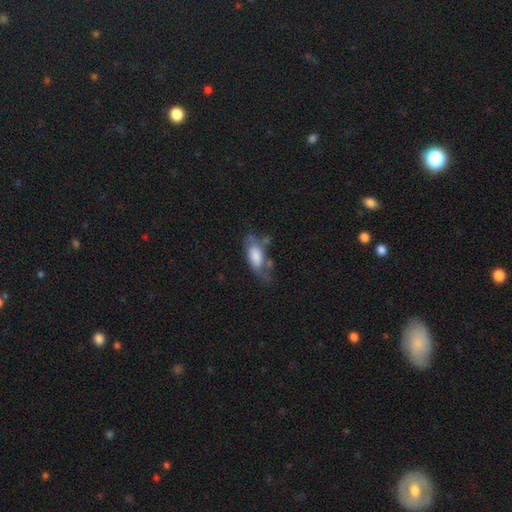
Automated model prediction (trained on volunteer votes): This is likely a smooth galaxy (64%). How rounded: clearly in between (85%). Merging: marginally none (36%).